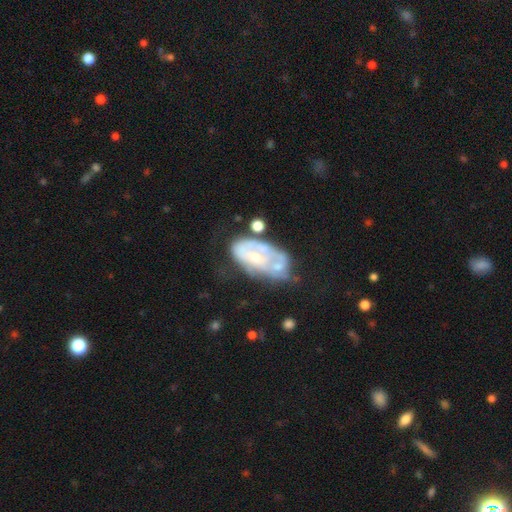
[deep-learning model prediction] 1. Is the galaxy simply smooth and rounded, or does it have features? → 67% featured or disk, 26% smooth, 8% star or artifact.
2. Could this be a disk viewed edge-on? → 95% no, 5% yes.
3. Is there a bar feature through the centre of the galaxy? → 74% no, 20% weak, 6% strong.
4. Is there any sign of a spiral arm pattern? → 60% no, 40% yes.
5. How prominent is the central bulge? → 54% small, 32% moderate, 10% none, 2% large, 1% dominant.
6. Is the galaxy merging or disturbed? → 29% none, 25% minor disturbance, 24% major disturbance, 22% merger.